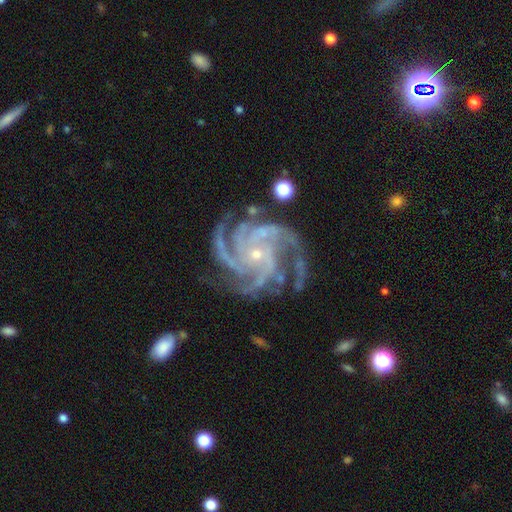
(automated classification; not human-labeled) A featured or disk galaxy (92%) with no bar (67%), 4 (44%) tight (67%) spiral arms (99%) and a small central bulge (82%). Merging: none (79%).